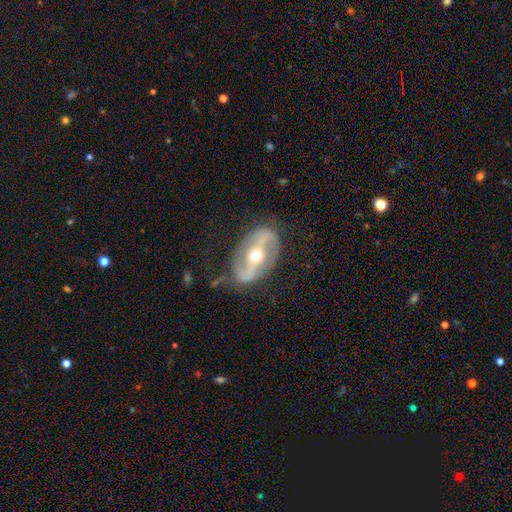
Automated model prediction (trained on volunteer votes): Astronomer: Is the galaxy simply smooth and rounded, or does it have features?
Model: featured or disk — 85%.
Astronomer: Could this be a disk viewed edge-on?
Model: no — 93%.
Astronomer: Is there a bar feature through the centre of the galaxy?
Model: strong — 61%.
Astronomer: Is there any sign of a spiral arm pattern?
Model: yes — 80%.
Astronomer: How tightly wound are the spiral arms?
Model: loose — 42% (runner-up: medium, 37%).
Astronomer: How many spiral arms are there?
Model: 2 — 88%.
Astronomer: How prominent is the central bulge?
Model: moderate — 54% (runner-up: small, 43%).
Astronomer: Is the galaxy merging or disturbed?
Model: none — 74%.